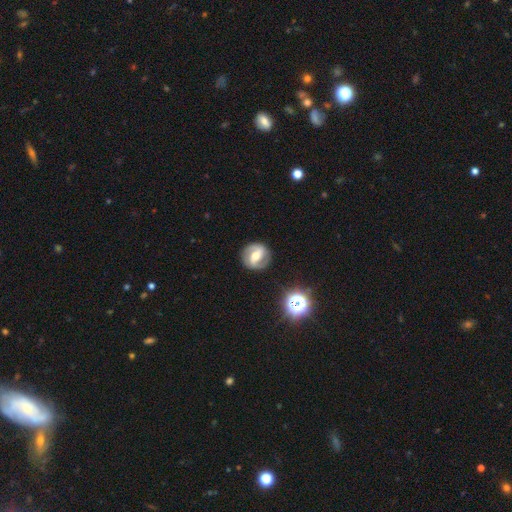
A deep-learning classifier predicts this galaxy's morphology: This is likely a featured or disk galaxy (74%). It is clearly not viewed edge-on (97%). Bar: marginally strong (44%). Spiral arm pattern: clearly yes (84%). Spiral arm count: clearly 2 (88%). Spiral winding: possibly medium (46%). Central bulge: likely moderate (69%). Merging: clearly none (87%).